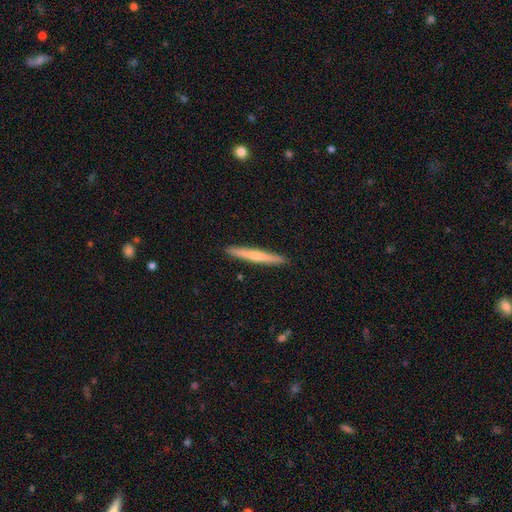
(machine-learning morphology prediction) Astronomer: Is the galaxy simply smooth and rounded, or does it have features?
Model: smooth — 55% (runner-up: featured or disk, 39%).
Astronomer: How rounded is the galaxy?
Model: cigar-shaped — 97%.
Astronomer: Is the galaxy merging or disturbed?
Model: none — 92%.